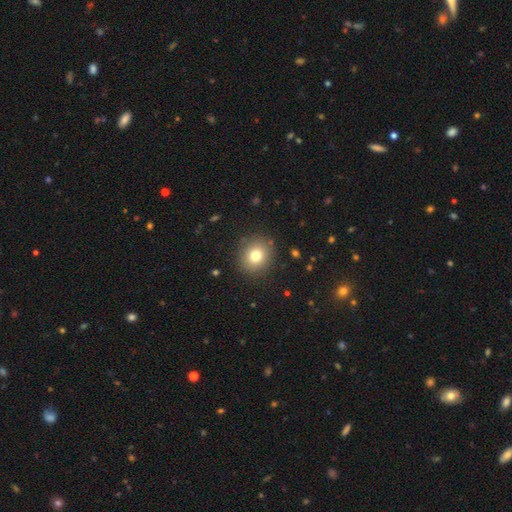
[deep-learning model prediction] smooth 77%, star or artifact 12%, featured or disk 11%. Down the decision tree: how rounded — round (83%); merging — none (88%).